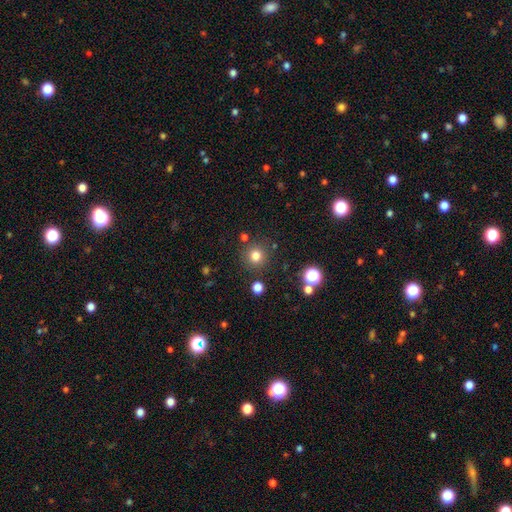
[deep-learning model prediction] Smooth or featured?
  - smooth: 79% *
  - star or artifact: 15%
  - featured or disk: 6%
How rounded?
  - round: 94% *
  - in between: 5%
  - cigar-shaped: 1%
Merging?
  - none: 86% *
  - minor disturbance: 7%
  - merger: 4%
  - major disturbance: 3%